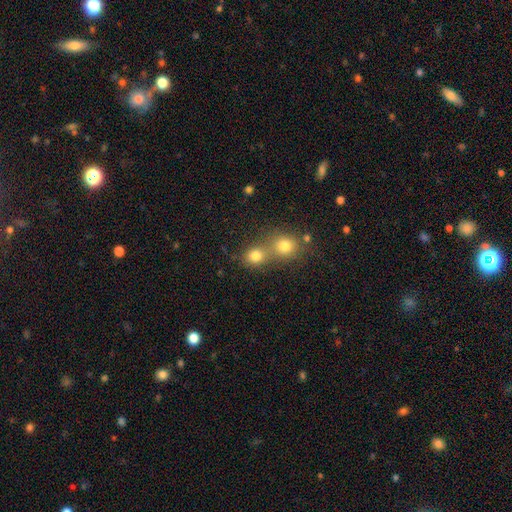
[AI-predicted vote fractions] smooth_or_featured: smooth (p=0.79) [alt: star or artifact p=0.13]
how_rounded: round (p=0.76) [alt: in between p=0.22]
merging: merger (p=0.51) [alt: none p=0.40]